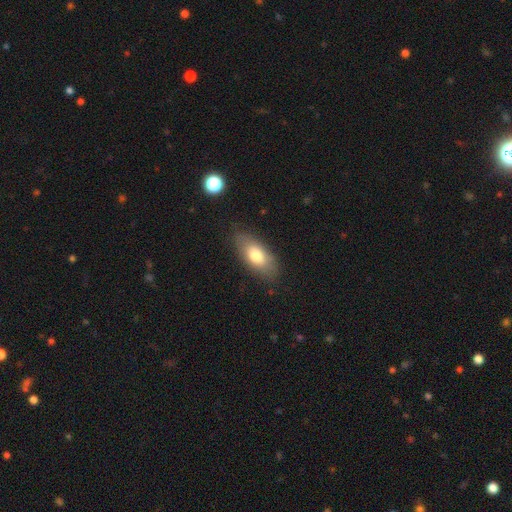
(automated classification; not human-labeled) Morphology: type=smooth (74%); roundness=in between (87%); merging=none (82%).